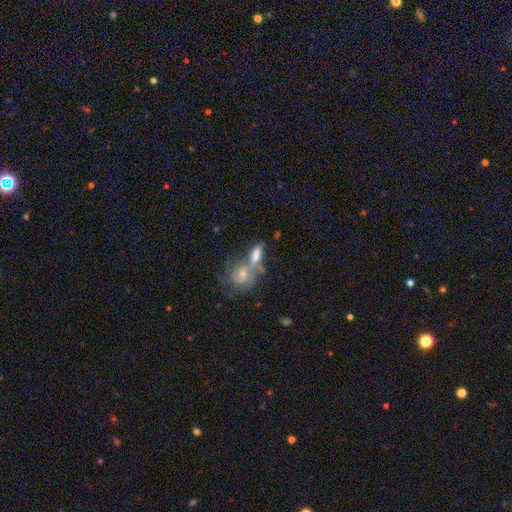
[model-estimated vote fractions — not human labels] smooth_or_featured: smooth (p=0.44) [alt: featured or disk p=0.43]
merging: merger (p=0.50) [alt: none p=0.33]